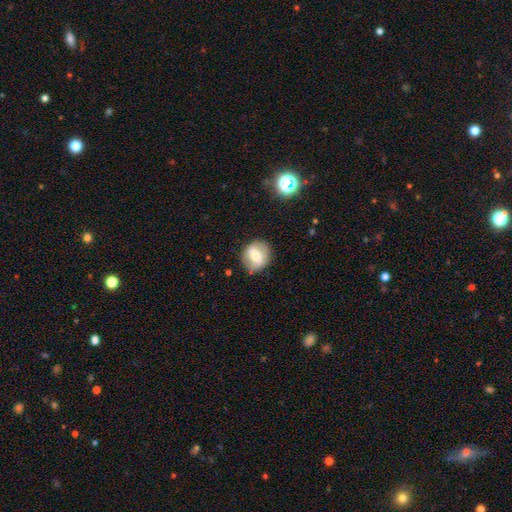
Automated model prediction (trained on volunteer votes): smooth_or_featured: smooth (p=0.52) [alt: featured or disk p=0.40]
how_rounded: round (p=0.65) [alt: in between p=0.33]
merging: none (p=0.84) [alt: minor disturbance p=0.11]